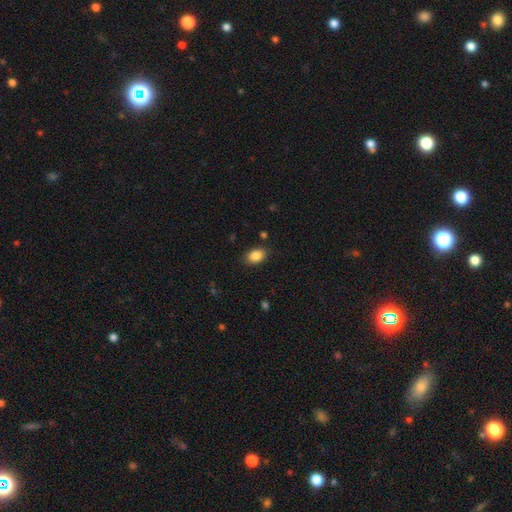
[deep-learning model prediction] smooth-or-featured: smooth: 87% | star or artifact: 8% | featured or disk: 5%
  how-rounded: in between: 85% | round: 14% | cigar-shaped: 1%
  merging: none: 85% | minor disturbance: 11% | major disturbance: 3% | merger: 1%